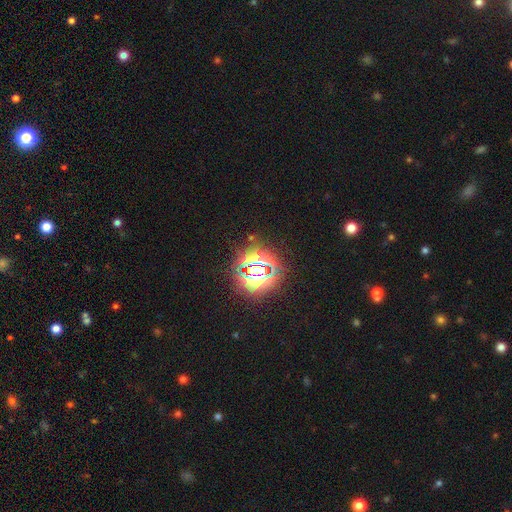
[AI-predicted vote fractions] This appears to be a star or artifact, not a galaxy (83%).